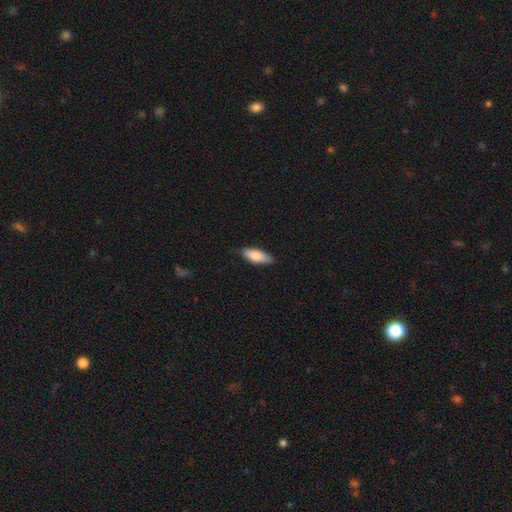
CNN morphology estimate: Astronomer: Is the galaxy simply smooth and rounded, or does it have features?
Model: smooth — 84%.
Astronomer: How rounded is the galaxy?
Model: in between — 73%.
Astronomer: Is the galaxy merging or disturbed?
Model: none — 81%.